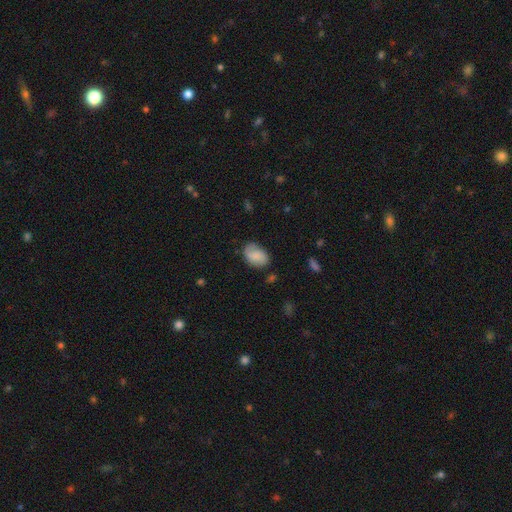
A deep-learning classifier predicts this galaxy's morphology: Overall: smooth (77%). How rounded: in between (84%). Merging: none (65%; minor disturbance 26%).